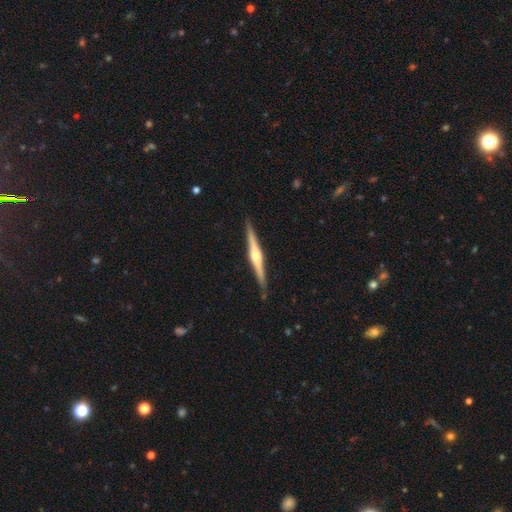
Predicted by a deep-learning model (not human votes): Q: Smooth or featured?
A: featured or disk (81%); runner-up: smooth (15%)
Q: Edge-on disk?
A: yes (98%); runner-up: no (2%)
Q: Edge-on bulge?
A: rounded (92%); runner-up: boxy (4%)
Q: Merging?
A: none (90%); runner-up: minor disturbance (7%)